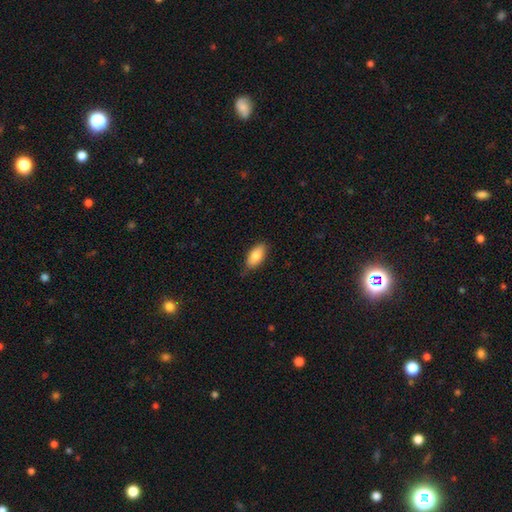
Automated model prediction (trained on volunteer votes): Smooth or featured: smooth — 83% (featured or disk — 11%)
How rounded: in between — 89% (cigar-shaped — 8%)
Merging: none — 76% (minor disturbance — 19%)